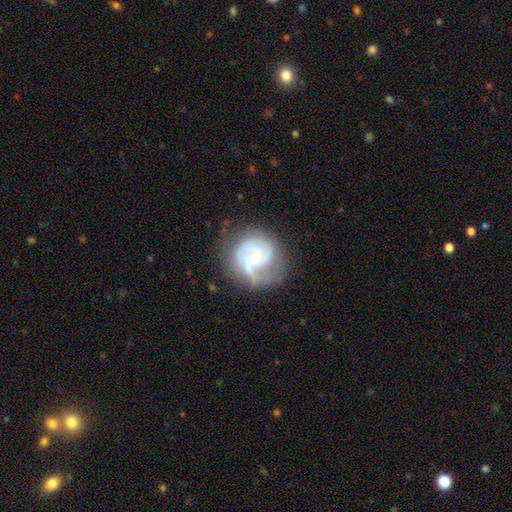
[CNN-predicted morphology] smooth-or-featured: featured or disk: 77% | smooth: 16% | star or artifact: 7%
  disk-edge-on: no: 98% | yes: 2%
    bar: no: 63% | weak: 31% | strong: 7%
    has-spiral-arms: yes: 91% | no: 9%
      spiral-winding: medium: 42% | tight: 41% | loose: 17%
      spiral-arm-count: 2: 33% | 3: 28% | can't tell: 22% | 1: 7% | 4: 6% | more than 4: 4%
    bulge-size: small: 62% | none: 19% | moderate: 16% | large: 2% | dominant: 1%
  merging: none: 62% | minor disturbance: 20% | major disturbance: 15% | merger: 4%